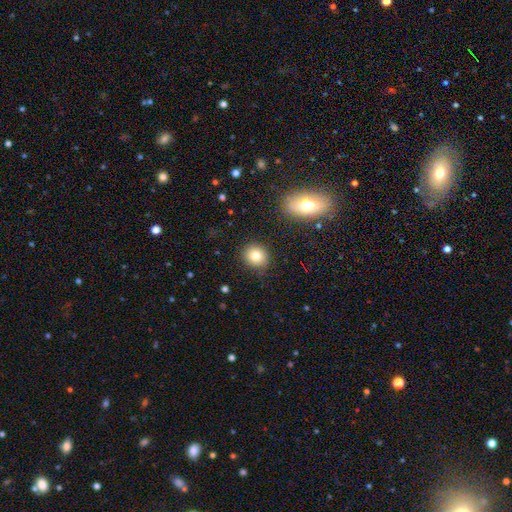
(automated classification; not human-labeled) This appears to be a smooth galaxy with no disk features (80%) that is round (81%). Merging: none (88%).